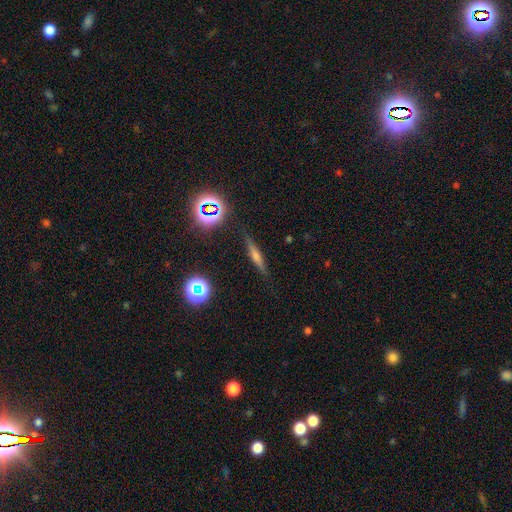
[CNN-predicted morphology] Q: Smooth or featured?
A: featured or disk (47%); runner-up: smooth (33%)
Q: Merging?
A: none (88%); runner-up: minor disturbance (9%)